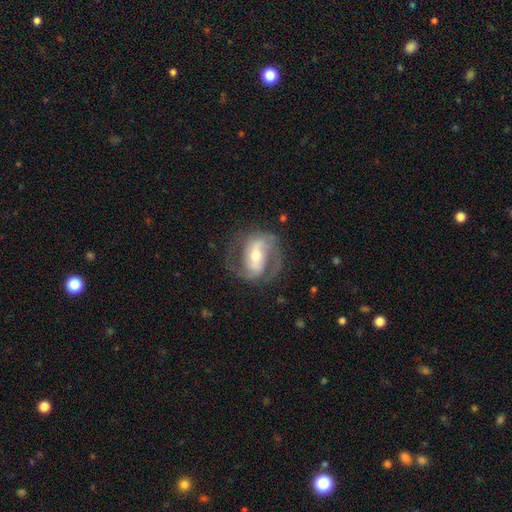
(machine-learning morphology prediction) featured or disk 84%, smooth 10%, star or artifact 5%. Down the decision tree: edge-on disk — no (96%); bar — strong (46%); spiral arms — yes (93%); spiral arm count — 2 (86%); spiral winding — medium (51%); bulge size — moderate (60%); merging — none (71%).